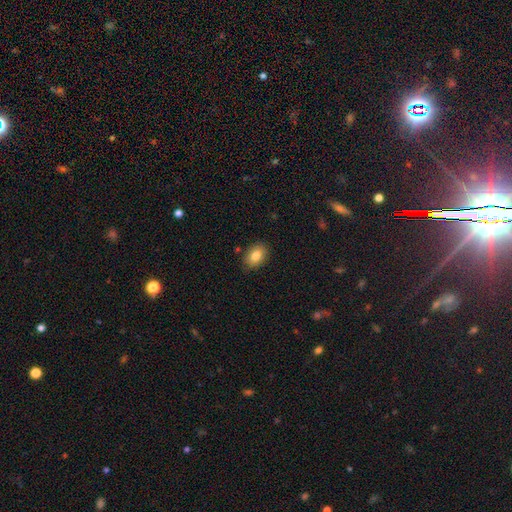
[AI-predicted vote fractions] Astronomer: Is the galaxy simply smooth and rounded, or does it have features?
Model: smooth — 84%.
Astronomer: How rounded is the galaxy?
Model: in between — 84%.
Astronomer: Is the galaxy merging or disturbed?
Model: none — 85%.